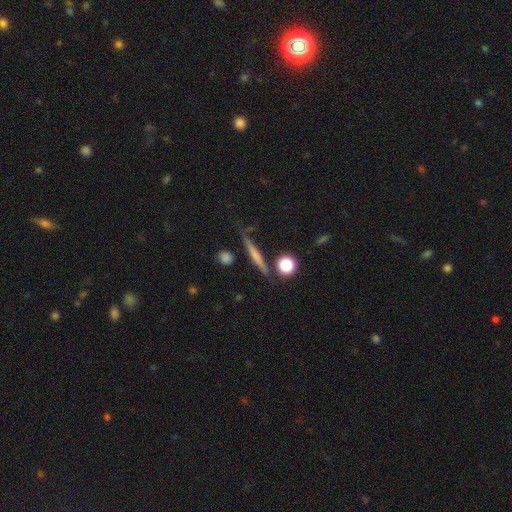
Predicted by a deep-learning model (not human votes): Q: Smooth or featured?
A: featured or disk (47%); runner-up: smooth (45%)
Q: Merging?
A: none (80%); runner-up: minor disturbance (12%)